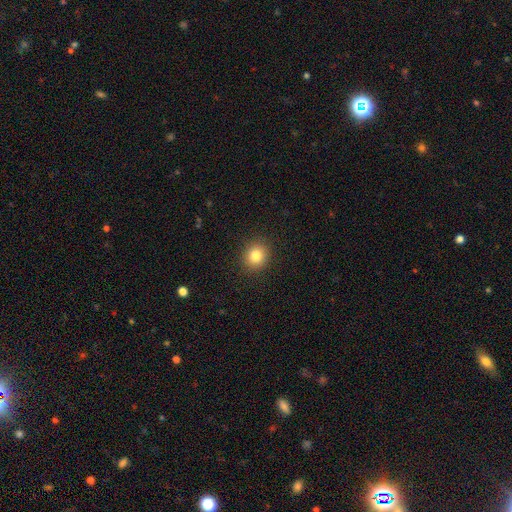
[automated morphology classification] Q: Smooth or featured?
A: smooth (82%); runner-up: star or artifact (11%)
Q: How rounded?
A: round (83%); runner-up: in between (17%)
Q: Merging?
A: none (91%); runner-up: minor disturbance (6%)